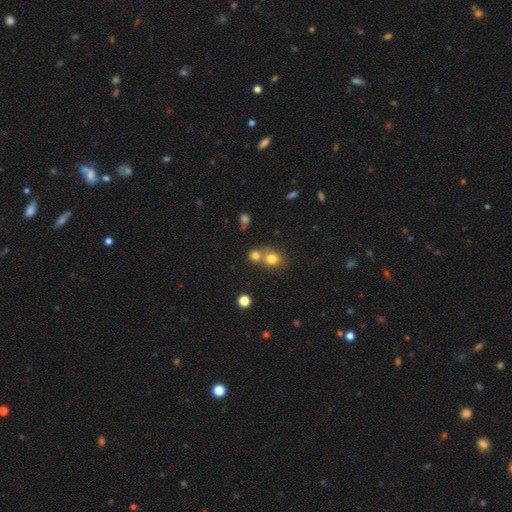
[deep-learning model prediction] Smooth or featured?
  - smooth: 63% *
  - star or artifact: 25%
  - featured or disk: 12%
How rounded?
  - round: 77% *
  - in between: 22%
  - cigar-shaped: 2%
Merging?
  - none: 51% *
  - merger: 38%
  - minor disturbance: 7%
  - major disturbance: 3%